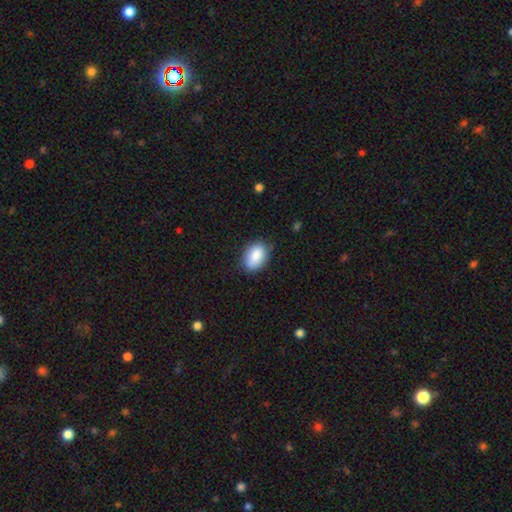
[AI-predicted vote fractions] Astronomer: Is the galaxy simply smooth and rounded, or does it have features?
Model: smooth — 86%.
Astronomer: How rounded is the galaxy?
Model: in between — 85%.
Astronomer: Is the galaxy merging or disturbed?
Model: none — 77%.